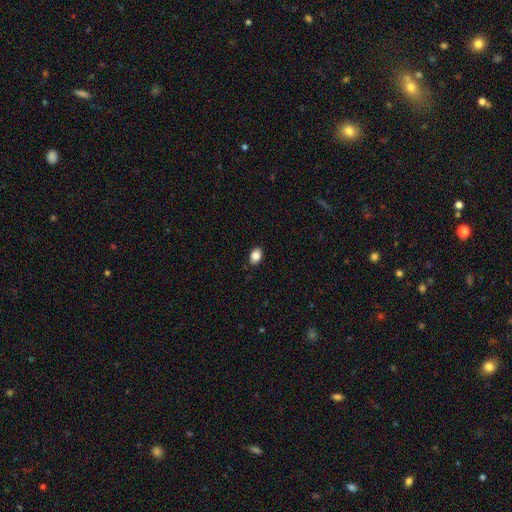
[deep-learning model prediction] smooth_or_featured: smooth (p=0.85) [alt: star or artifact p=0.08]
how_rounded: in between (p=0.80) [alt: round p=0.19]
merging: none (p=0.87) [alt: minor disturbance p=0.10]